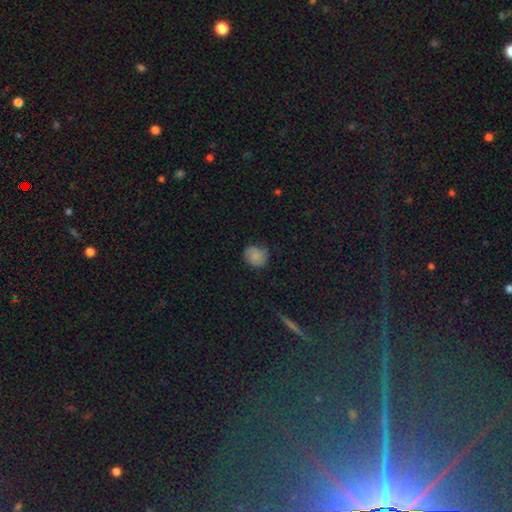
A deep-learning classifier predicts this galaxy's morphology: Q: Smooth or featured?
A: smooth (76%); runner-up: featured or disk (14%)
Q: How rounded?
A: round (75%); runner-up: in between (24%)
Q: Merging?
A: none (67%); runner-up: minor disturbance (26%)